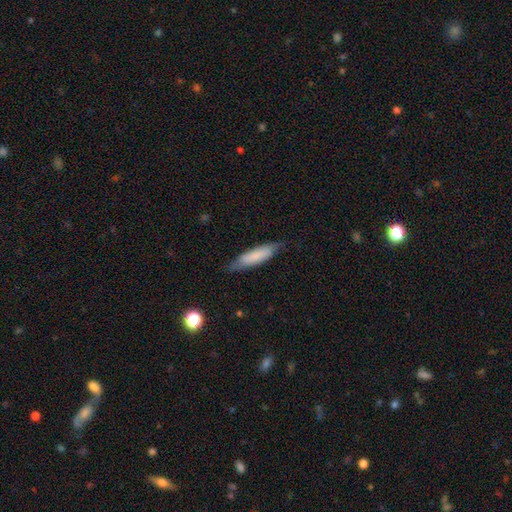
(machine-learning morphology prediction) smooth 74%, featured or disk 20%, star or artifact 6%. Down the decision tree: how rounded — cigar-shaped (73%); merging — none (75%).